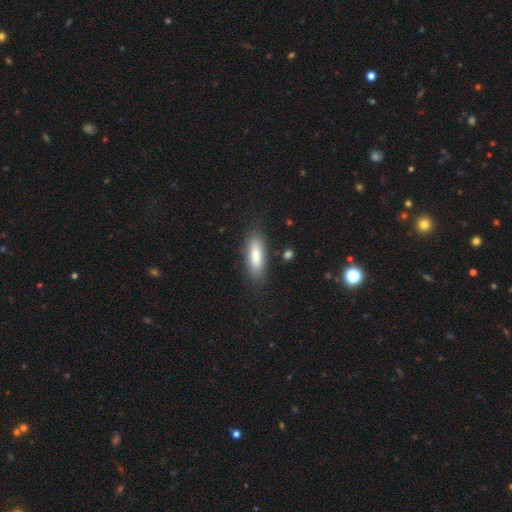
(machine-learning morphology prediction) The model was most divided on "how rounded": in between: 59%, cigar-shaped: 39%, round: 2%. More confident: merging — none (84%); smooth or featured — smooth (80%).